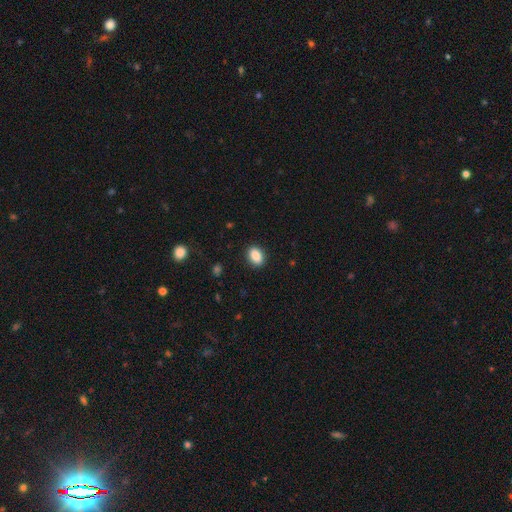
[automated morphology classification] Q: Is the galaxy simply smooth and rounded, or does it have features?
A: smooth — 89%.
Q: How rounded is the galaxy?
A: in between — 81%.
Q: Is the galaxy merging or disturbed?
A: none — 89%.